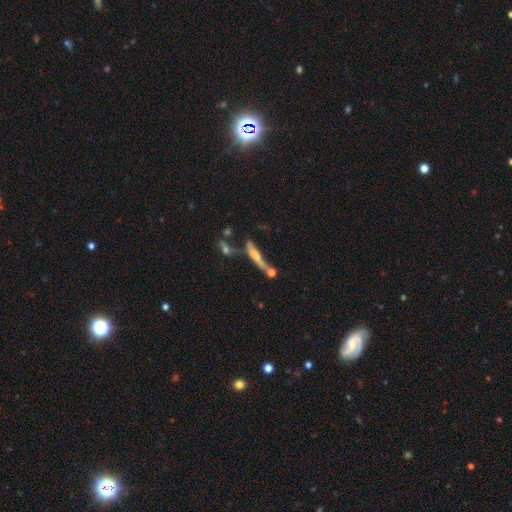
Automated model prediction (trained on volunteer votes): A smooth galaxy with no disk features (46%).

Vote fractions:
- Smooth or featured? smooth: 46% / featured or disk: 42% / star or artifact: 12%
- Merging? none: 36% / merger: 30% / minor disturbance: 18% / major disturbance: 16%